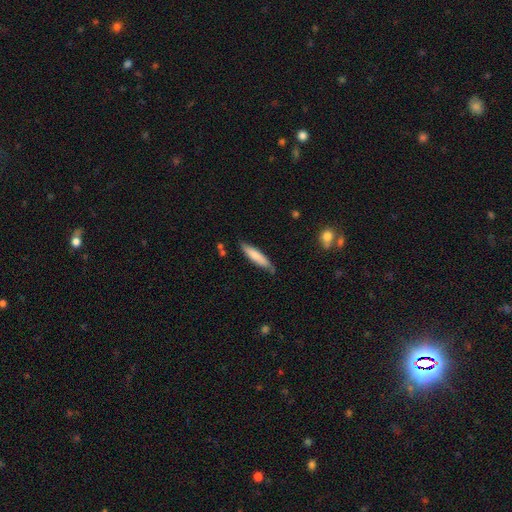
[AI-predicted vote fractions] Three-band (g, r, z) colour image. It shows a smooth galaxy with no disk features (75%) that is cigar-shaped (82%). Merging: none (76%).